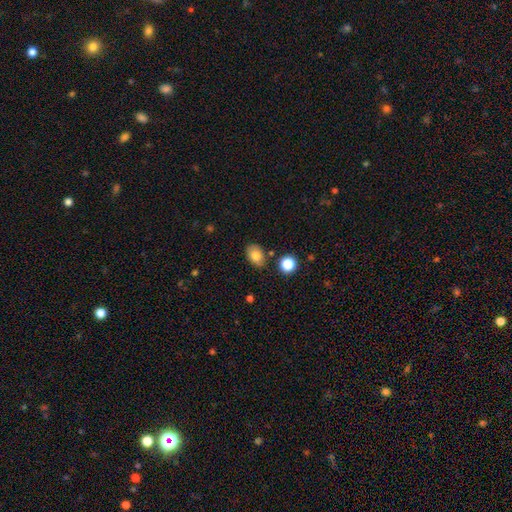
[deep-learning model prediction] This is clearly a smooth galaxy (82%). How rounded: likely in between (78%). Merging: likely none (76%).